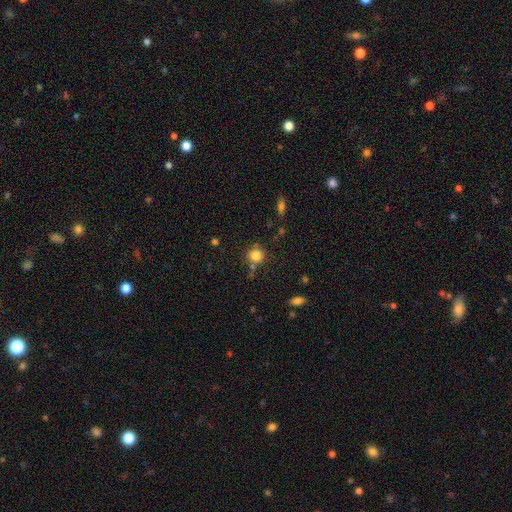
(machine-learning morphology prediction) Smooth or featured? Predicted: smooth (p=0.82). How rounded? Predicted: round (p=0.90). Merging? Predicted: none (p=0.75).